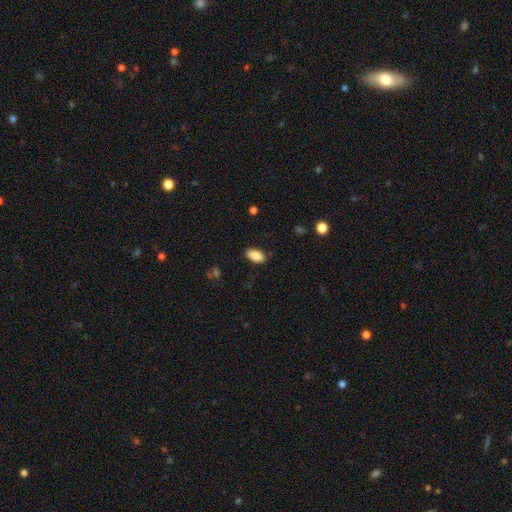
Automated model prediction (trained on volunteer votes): smooth 87%, star or artifact 7%, featured or disk 5%. Down the decision tree: how rounded — in between (93%); merging — none (83%).